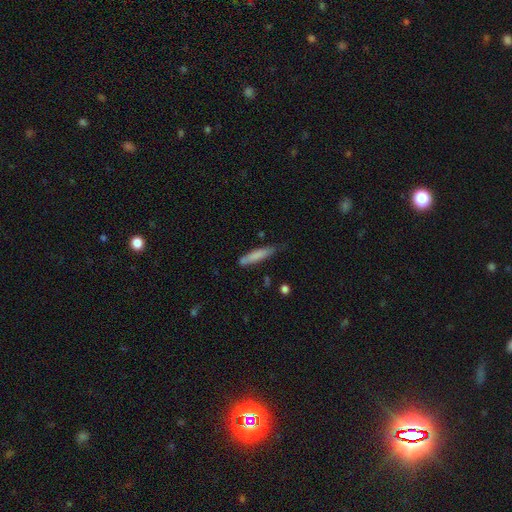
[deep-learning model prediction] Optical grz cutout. It shows a smooth galaxy with no disk features (79%) that is cigar-shaped (87%). Merging: none (68%).